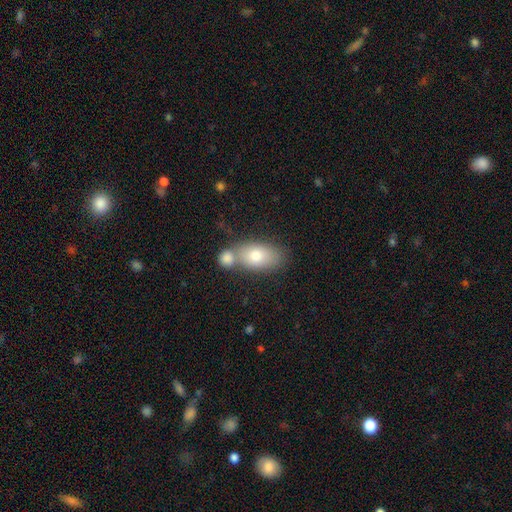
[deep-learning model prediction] Morphology: type=smooth (77%); roundness=in between (88%); merging=merger (42%, tied with none).